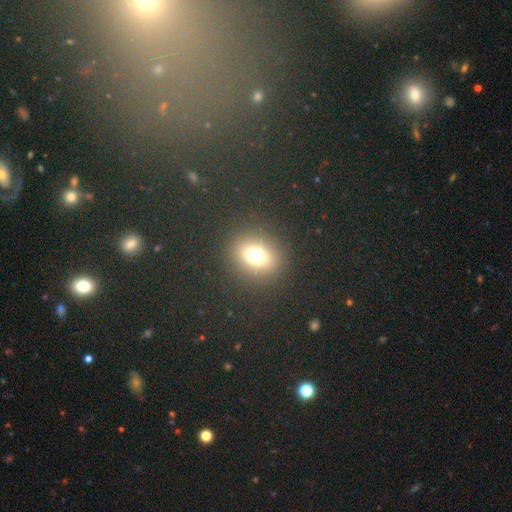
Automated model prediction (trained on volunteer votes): This is likely a smooth galaxy (68%). How rounded: likely round (66%). Merging: clearly none (86%).